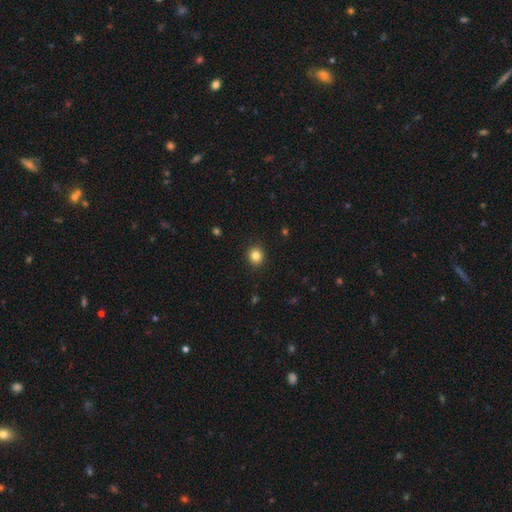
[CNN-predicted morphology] This is clearly a smooth galaxy (83%). How rounded: clearly round (85%). Merging: clearly none (91%).